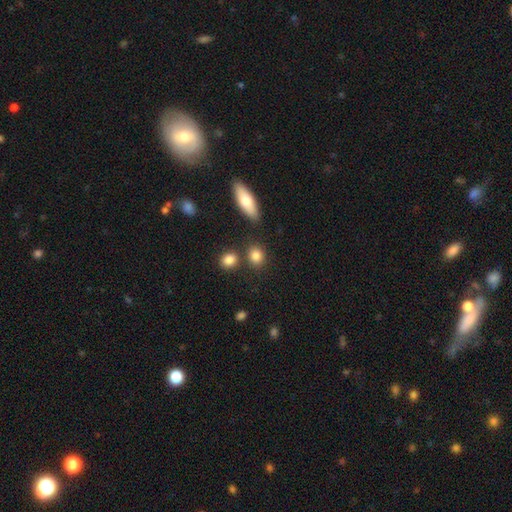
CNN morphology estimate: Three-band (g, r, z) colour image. It shows a smooth galaxy with no disk features (84%) that is round (68%). Merging: none (77%).